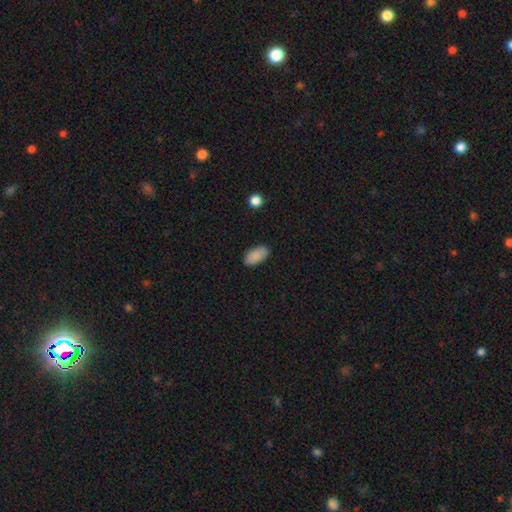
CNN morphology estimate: type=smooth (88%); roundness=in between (94%); merging=none (87%).